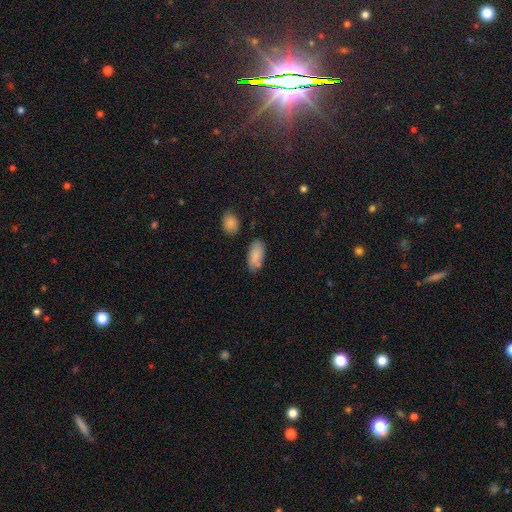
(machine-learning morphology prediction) Q: Smooth or featured?
A: smooth (84%); runner-up: featured or disk (9%)
Q: How rounded?
A: in between (91%); runner-up: cigar-shaped (6%)
Q: Merging?
A: none (72%); runner-up: minor disturbance (18%)